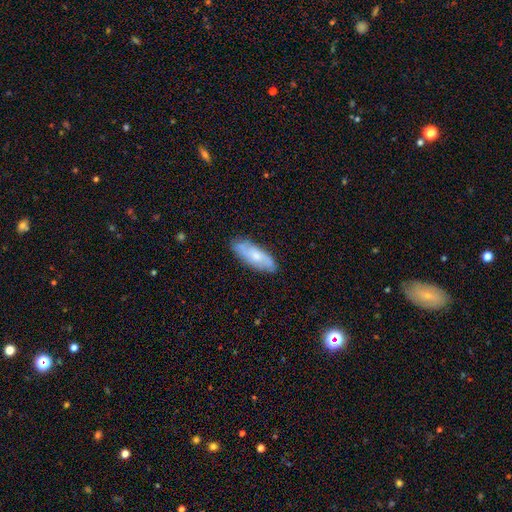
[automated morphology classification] Smooth or featured: smooth — 51% (featured or disk — 42%)
How rounded: in between — 67% (cigar-shaped — 31%)
Merging: none — 80% (minor disturbance — 16%)